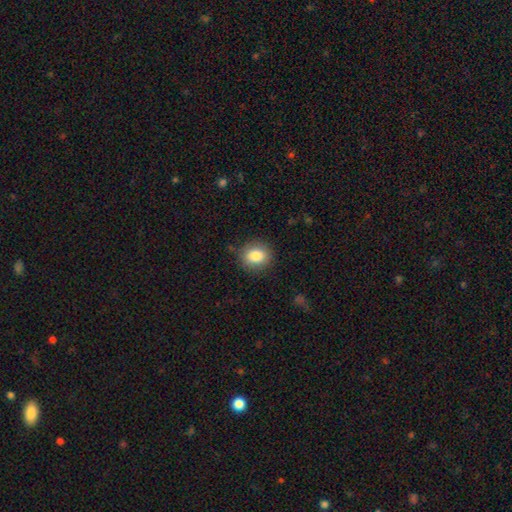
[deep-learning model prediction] Smooth or featured?
  - smooth: 85% *
  - star or artifact: 9%
  - featured or disk: 6%
How rounded?
  - round: 68% *
  - in between: 31%
  - cigar-shaped: 1%
Merging?
  - none: 85% *
  - minor disturbance: 10%
  - major disturbance: 3%
  - merger: 1%